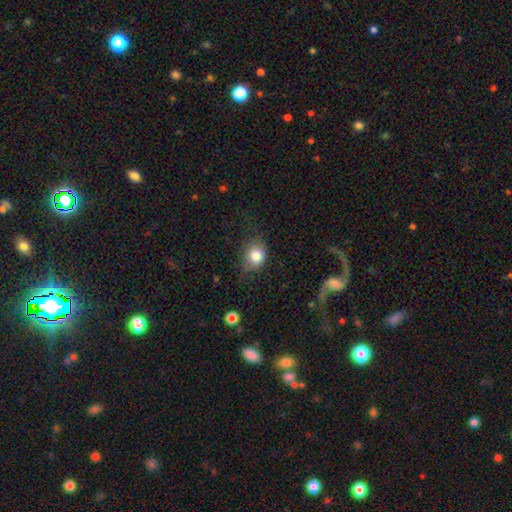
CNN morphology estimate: A smooth galaxy with no disk features (82%) that is round (60%). Merging: none (63%).